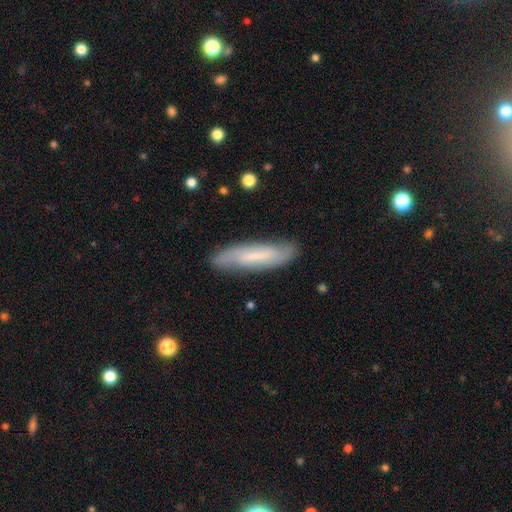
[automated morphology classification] Smooth or featured: smooth — 53% (featured or disk — 40%)
How rounded: cigar-shaped — 72% (in between — 26%)
Merging: none — 83% (minor disturbance — 13%)